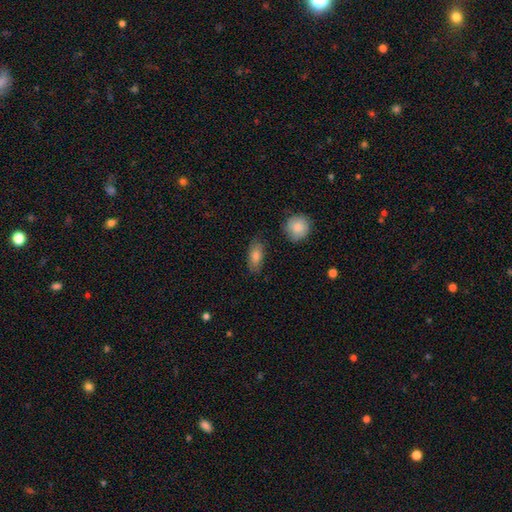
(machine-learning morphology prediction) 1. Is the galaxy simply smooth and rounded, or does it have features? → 79% smooth, 13% featured or disk, 8% star or artifact.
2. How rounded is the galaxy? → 86% in between, 9% cigar-shaped, 5% round.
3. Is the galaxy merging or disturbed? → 82% none, 13% minor disturbance, 3% major disturbance, 2% merger.